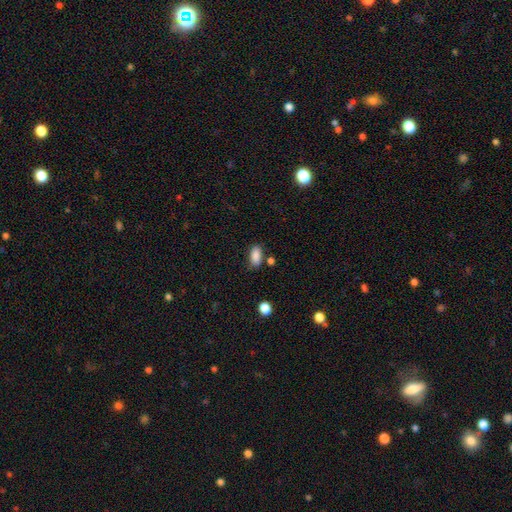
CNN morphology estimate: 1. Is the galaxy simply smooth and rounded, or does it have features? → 87% smooth, 8% star or artifact, 4% featured or disk.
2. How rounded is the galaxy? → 91% in between, 5% cigar-shaped, 4% round.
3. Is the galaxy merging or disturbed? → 77% none, 14% minor disturbance, 6% merger, 3% major disturbance.